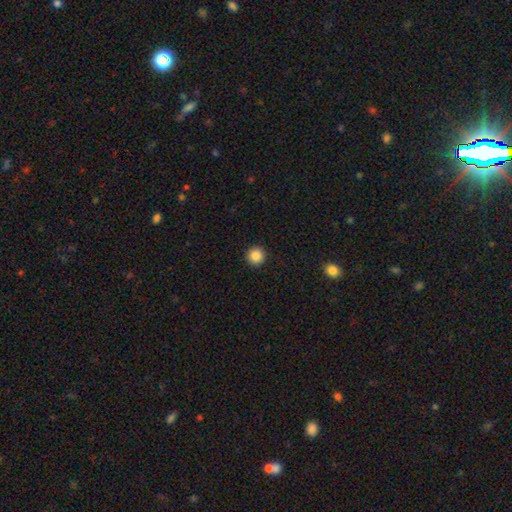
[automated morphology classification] This is clearly a smooth galaxy (87%). How rounded: clearly round (96%). Merging: clearly none (94%).